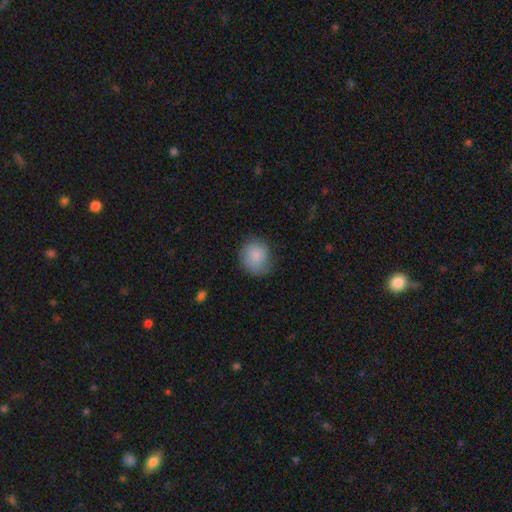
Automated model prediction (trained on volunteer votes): Q: Smooth or featured?
A: smooth (84%); runner-up: featured or disk (9%)
Q: How rounded?
A: round (75%); runner-up: in between (24%)
Q: Merging?
A: none (69%); runner-up: minor disturbance (23%)